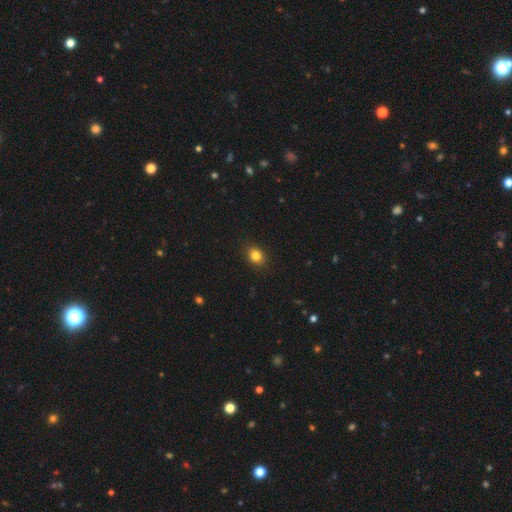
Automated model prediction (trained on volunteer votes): smooth_or_featured: smooth (p=0.84) [alt: star or artifact p=0.11]
how_rounded: round (p=0.56) [alt: in between p=0.43]
merging: none (p=0.89) [alt: minor disturbance p=0.08]